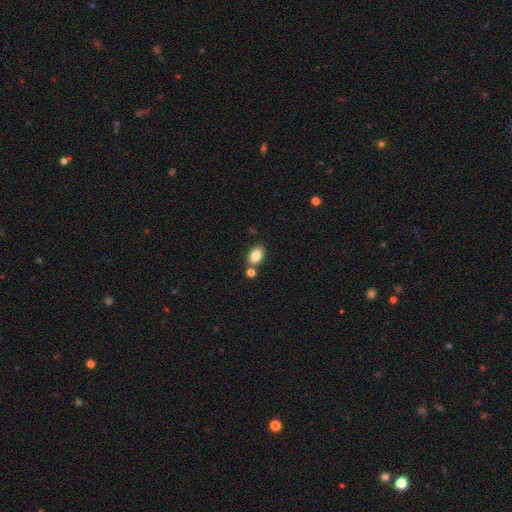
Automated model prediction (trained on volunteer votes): Smooth or featured? Predicted: smooth (p=0.84). How rounded? Predicted: in between (p=0.84). Merging? Predicted: none (p=0.71).